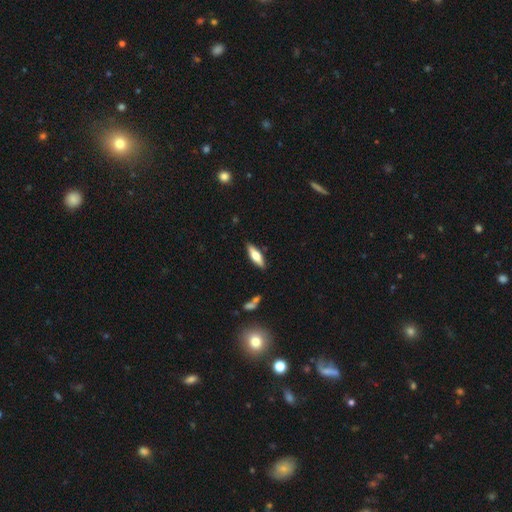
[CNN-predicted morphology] This is possibly a smooth galaxy (55%). How rounded: possibly in between (50%). Merging: clearly none (86%).